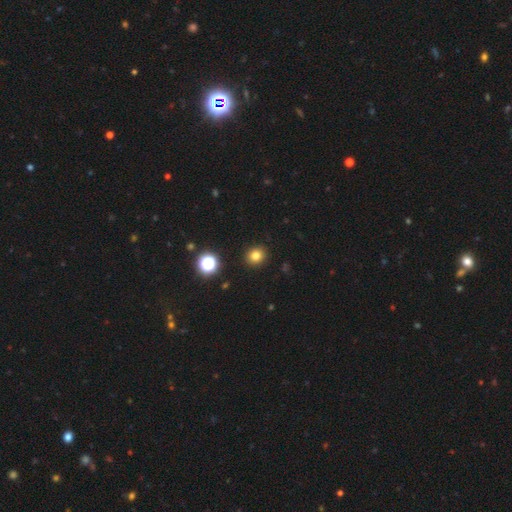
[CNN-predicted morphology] Q: Smooth or featured?
A: smooth (79%); runner-up: star or artifact (15%)
Q: How rounded?
A: round (88%); runner-up: in between (11%)
Q: Merging?
A: none (92%); runner-up: minor disturbance (5%)